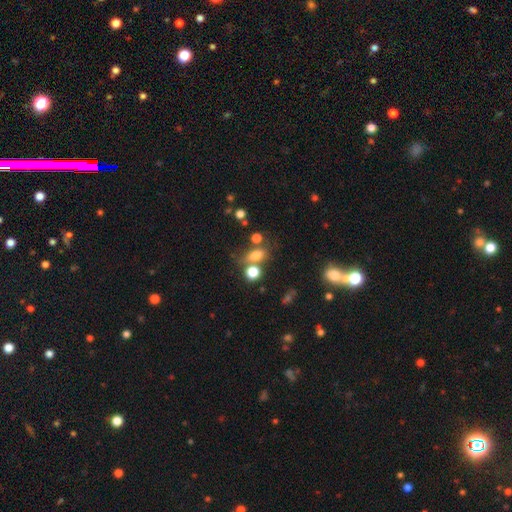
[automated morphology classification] smooth_or_featured: smooth (p=0.72) [alt: star or artifact p=0.16]
how_rounded: in between (p=0.71) [alt: round p=0.22]
merging: none (p=0.53) [alt: merger p=0.24]